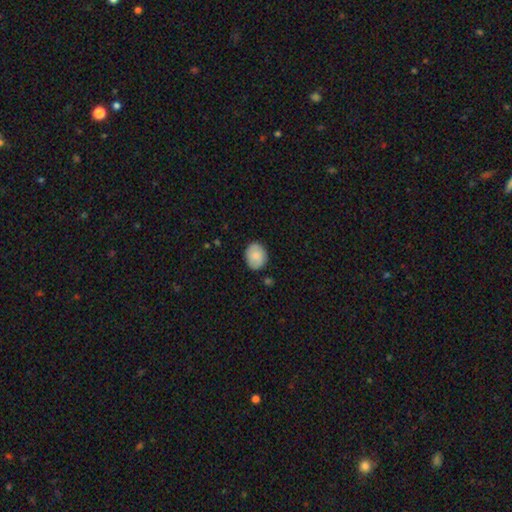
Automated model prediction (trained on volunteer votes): Smooth or featured: smooth — 80% (featured or disk — 13%)
How rounded: round — 51% (in between — 48%)
Merging: none — 83% (minor disturbance — 13%)